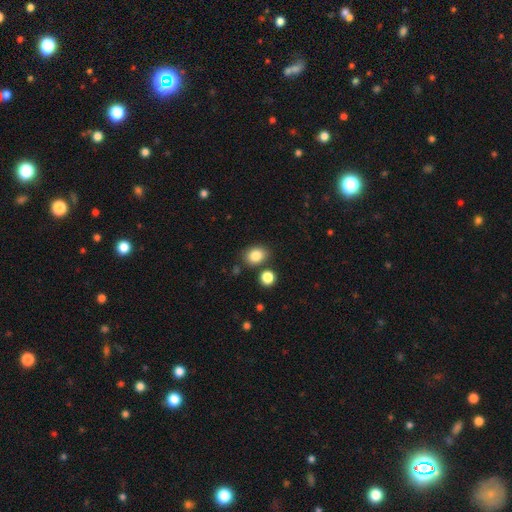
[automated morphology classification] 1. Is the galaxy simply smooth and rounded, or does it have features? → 84% smooth, 10% star or artifact, 6% featured or disk.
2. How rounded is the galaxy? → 52% in between, 47% round, 1% cigar-shaped.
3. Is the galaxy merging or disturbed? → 78% none, 11% minor disturbance, 8% merger, 3% major disturbance.